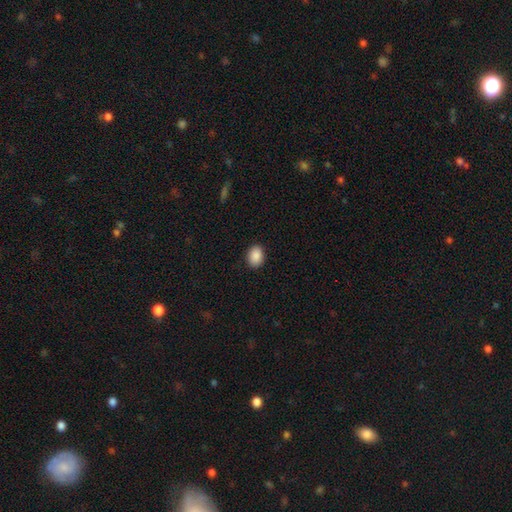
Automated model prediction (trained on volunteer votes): smooth-or-featured: smooth: 89% | star or artifact: 8% | featured or disk: 3%
  how-rounded: in between: 70% | round: 29% | cigar-shaped: 1%
  merging: none: 90% | minor disturbance: 7% | major disturbance: 2% | merger: 1%